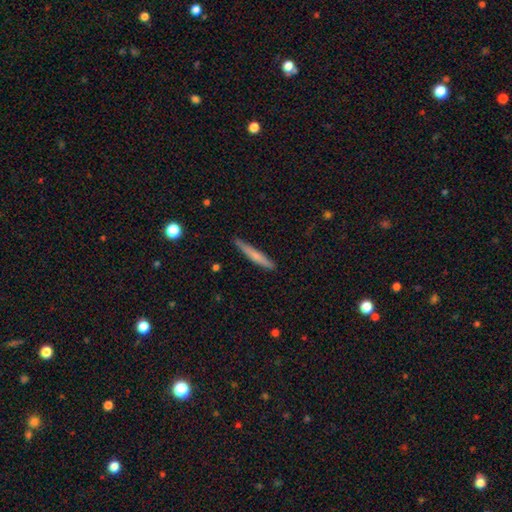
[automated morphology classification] This appears to be a smooth galaxy with no disk features (62%) that is cigar-shaped (95%). Merging: none (85%).